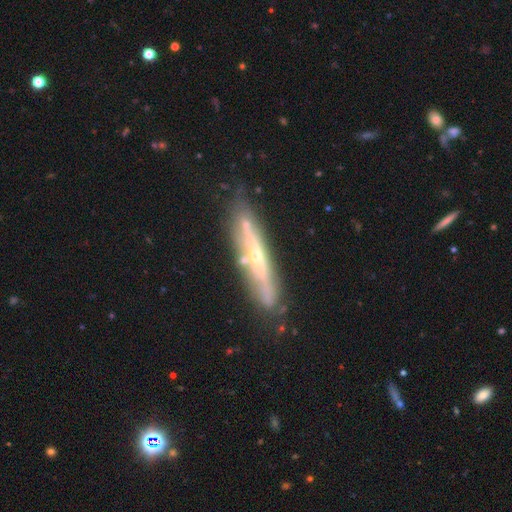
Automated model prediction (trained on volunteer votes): A featured or disk galaxy (72%) viewed edge-on (82%) with a rounded central bulge (50%). Merging: none (76%).